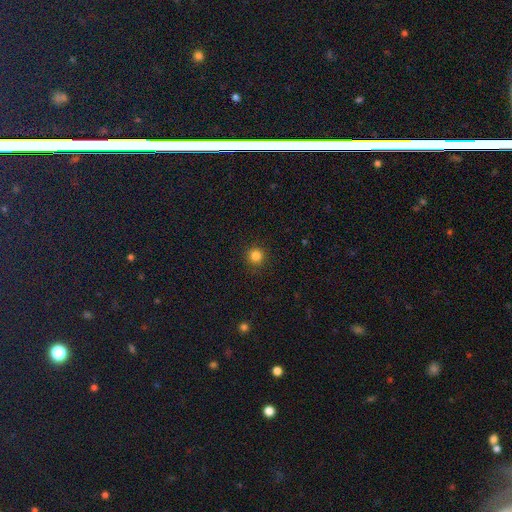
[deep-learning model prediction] A smooth galaxy with no disk features (83%) that is round (95%). Merging: none (92%).